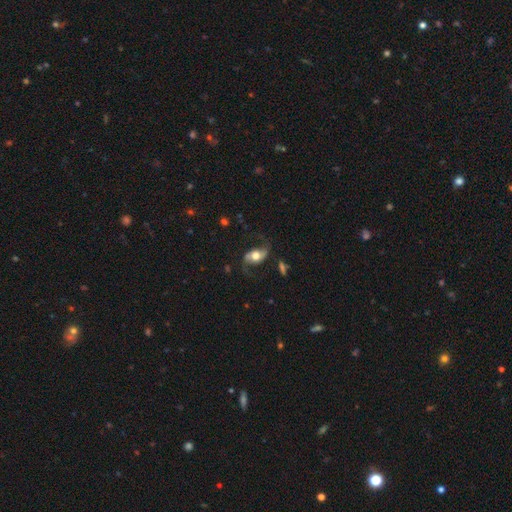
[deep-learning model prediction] This appears to be a featured or disk galaxy (77%) with no bar (55%), 2 (93%) loose (75%) spiral arms (92%) and a moderate central bulge (51%). Merging: none (69%).